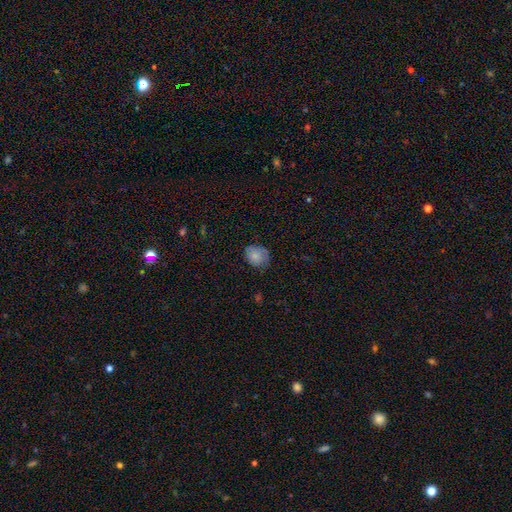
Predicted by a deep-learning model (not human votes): Q: Smooth or featured?
A: smooth (77%); runner-up: featured or disk (15%)
Q: How rounded?
A: round (61%); runner-up: in between (38%)
Q: Merging?
A: none (67%); runner-up: minor disturbance (26%)